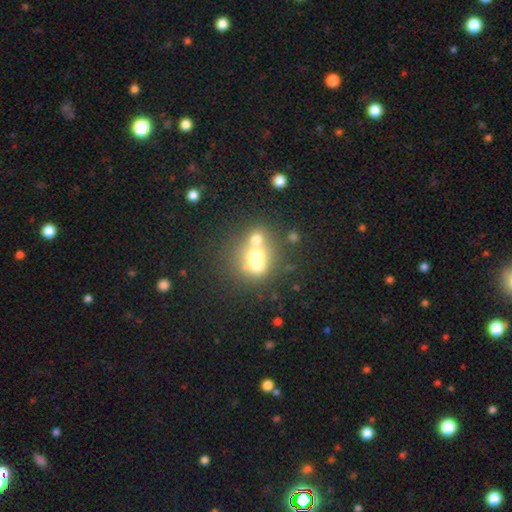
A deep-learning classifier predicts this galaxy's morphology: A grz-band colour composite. It shows a smooth galaxy with no disk features (56%) that is round (69%). Merging: merger (61%).